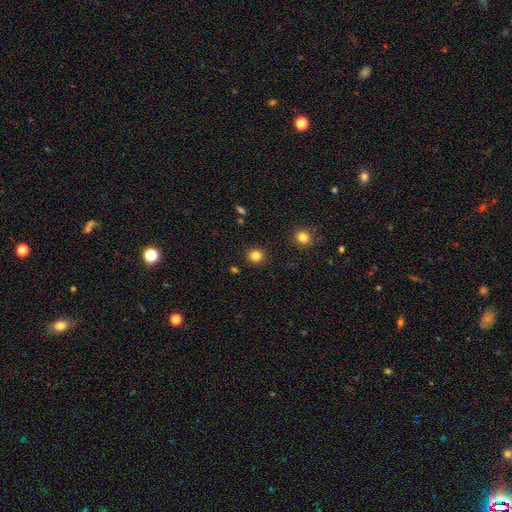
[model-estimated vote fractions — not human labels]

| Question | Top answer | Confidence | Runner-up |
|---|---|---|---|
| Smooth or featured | smooth | 83% | star or artifact (13%) |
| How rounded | round | 89% | in between (10%) |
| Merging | none | 91% | minor disturbance (6%) |